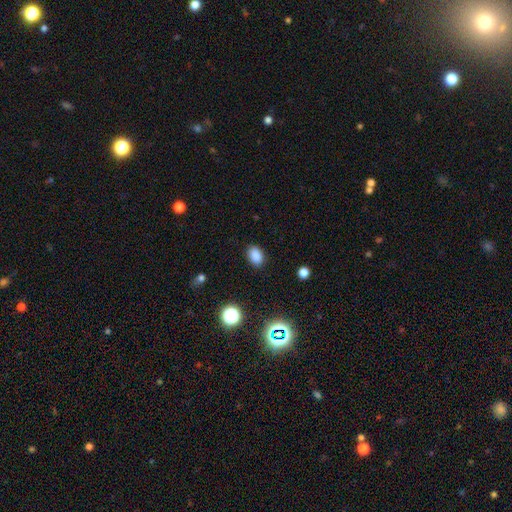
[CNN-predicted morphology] smooth-or-featured: smooth: 85% | star or artifact: 11% | featured or disk: 4%
  how-rounded: in between: 82% | round: 16% | cigar-shaped: 1%
  merging: none: 87% | minor disturbance: 10% | major disturbance: 3% | merger: 1%